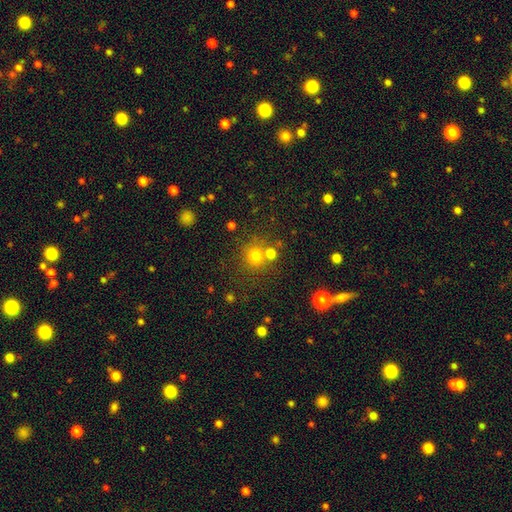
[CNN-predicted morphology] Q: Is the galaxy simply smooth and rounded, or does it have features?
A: smooth — 75%.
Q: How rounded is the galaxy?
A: round — 89%.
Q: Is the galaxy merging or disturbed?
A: none — 67%.